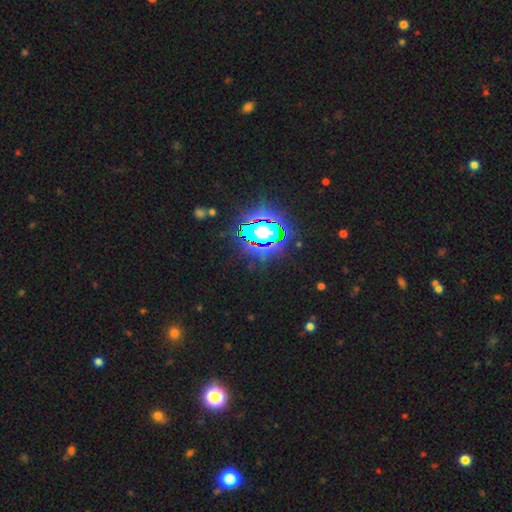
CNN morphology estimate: type=star or artifact (85%).